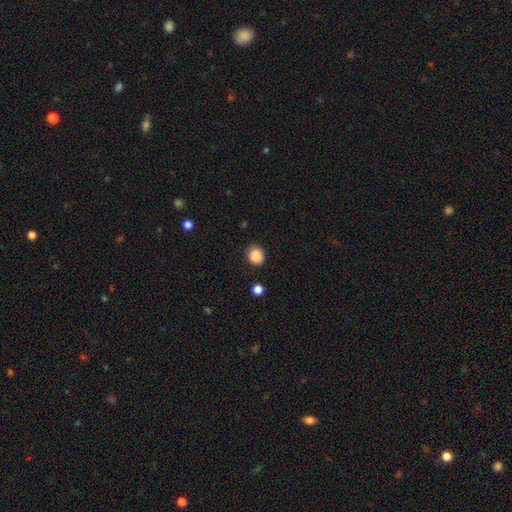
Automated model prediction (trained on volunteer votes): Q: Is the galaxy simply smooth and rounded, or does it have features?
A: smooth — 88%.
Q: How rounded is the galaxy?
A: round — 71%.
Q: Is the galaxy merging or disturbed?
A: none — 85%.